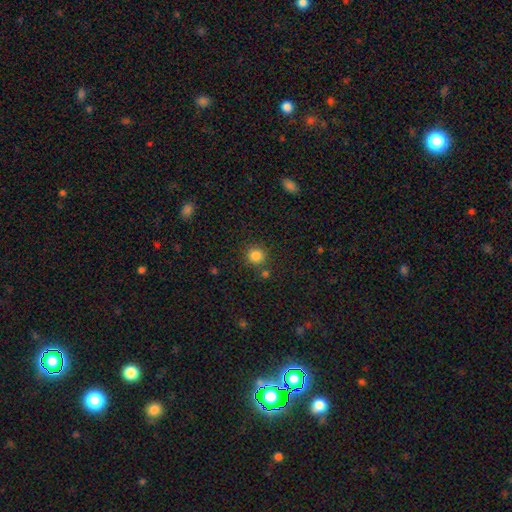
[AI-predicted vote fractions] Smooth or featured: smooth — 84% (star or artifact — 12%)
How rounded: round — 93% (in between — 6%)
Merging: none — 82% (minor disturbance — 8%)